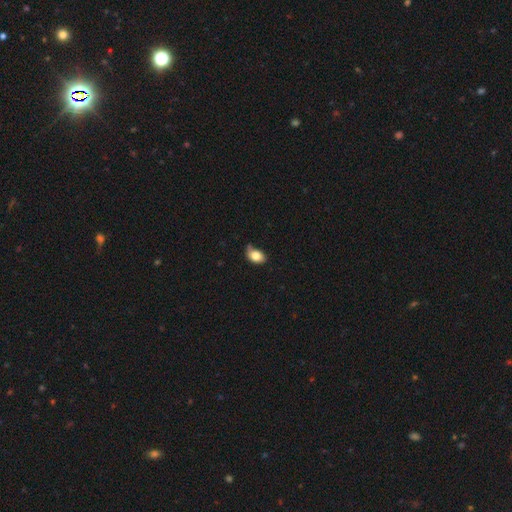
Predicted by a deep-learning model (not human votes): Morphology: type=smooth (79%); roundness=in between (83%); merging=none (50%).